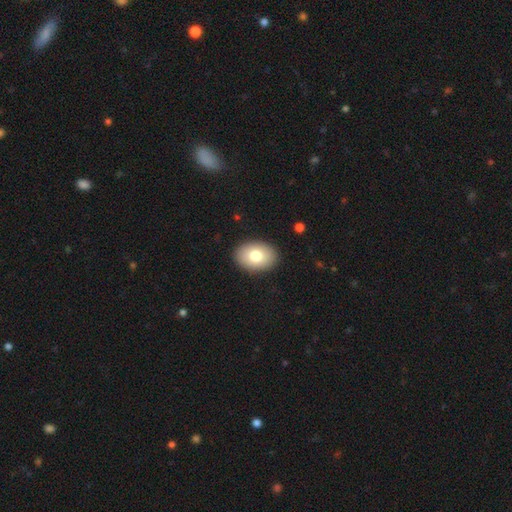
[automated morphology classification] Smooth or featured: smooth — 79% (featured or disk — 14%)
How rounded: in between — 83% (round — 16%)
Merging: none — 90% (minor disturbance — 7%)